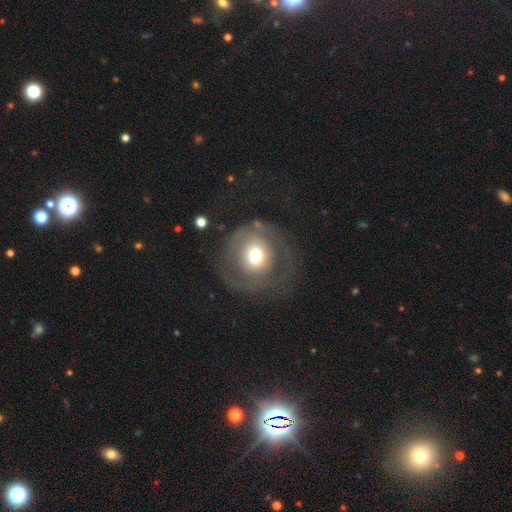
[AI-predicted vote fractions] smooth_or_featured: smooth (p=0.52) [alt: featured or disk p=0.39]
how_rounded: round (p=0.86) [alt: in between p=0.13]
merging: none (p=0.57) [alt: major disturbance p=0.23]